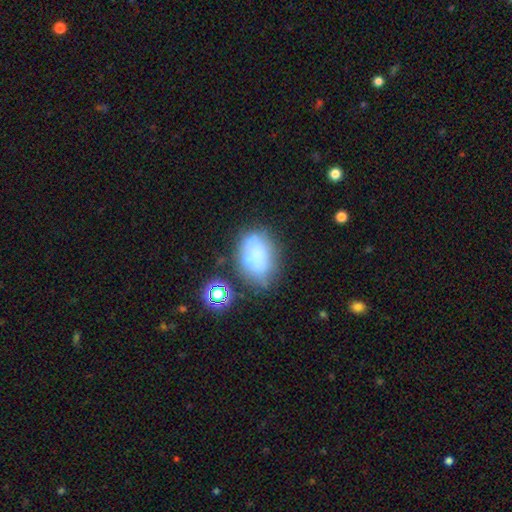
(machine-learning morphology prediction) type=smooth (58%); roundness=in between (77%); merging=none (45%).